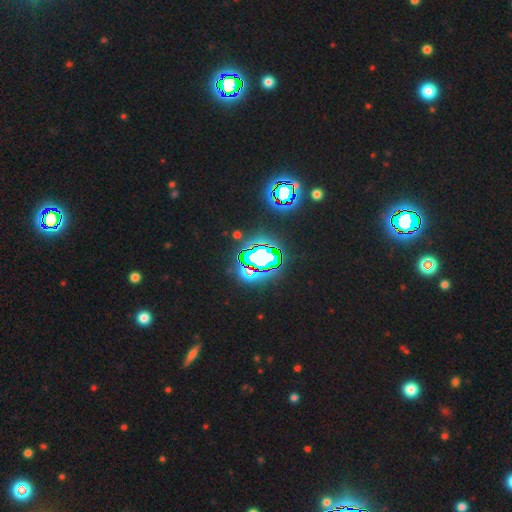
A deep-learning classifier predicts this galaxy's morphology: A star or artifact, not a galaxy (75%).

Vote fractions:
- Smooth or featured? star or artifact: 75% / smooth: 14% / featured or disk: 11%